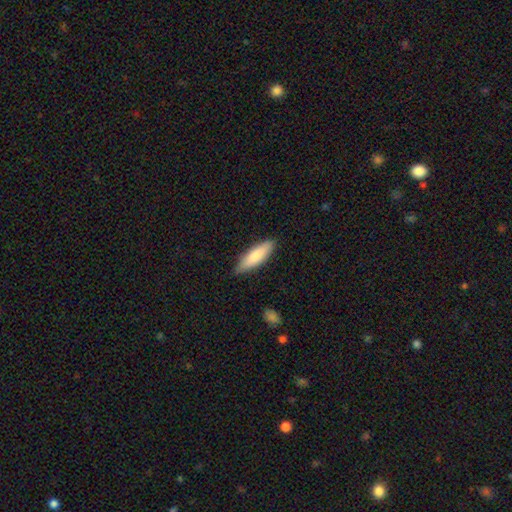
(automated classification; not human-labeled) Q: Smooth or featured?
A: smooth (79%); runner-up: featured or disk (15%)
Q: How rounded?
A: cigar-shaped (52%); runner-up: in between (46%)
Q: Merging?
A: none (82%); runner-up: minor disturbance (14%)